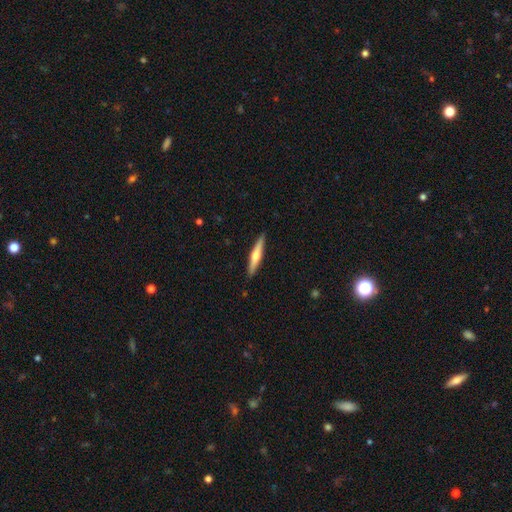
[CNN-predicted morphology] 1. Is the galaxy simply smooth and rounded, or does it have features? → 52% featured or disk, 43% smooth, 5% star or artifact.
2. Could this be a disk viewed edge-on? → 96% yes, 4% no.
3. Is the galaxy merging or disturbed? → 90% none, 7% minor disturbance, 1% major disturbance, 1% merger.